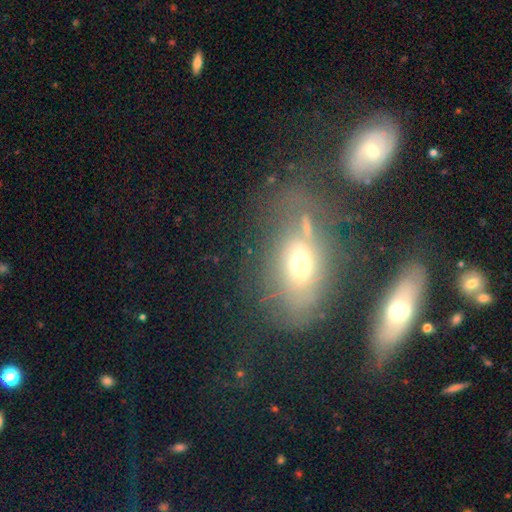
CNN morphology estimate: type=smooth (44%); merging=none (47%).